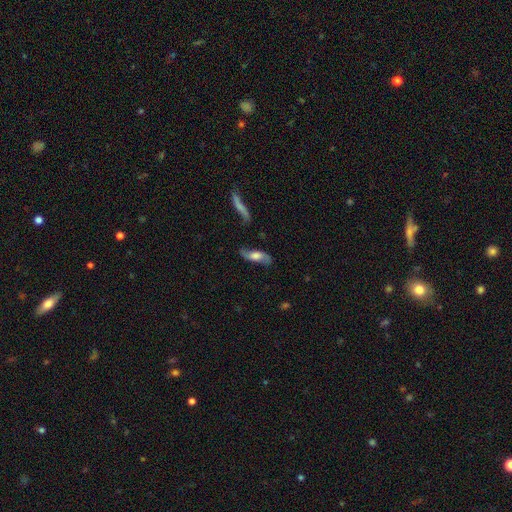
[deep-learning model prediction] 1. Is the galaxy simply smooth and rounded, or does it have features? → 65% featured or disk, 28% smooth, 7% star or artifact.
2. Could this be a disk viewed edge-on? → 80% no, 20% yes.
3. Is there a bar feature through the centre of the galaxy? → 57% no, 33% weak, 10% strong.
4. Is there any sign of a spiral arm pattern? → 90% yes, 10% no.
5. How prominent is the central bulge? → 40% moderate, 37% large, 11% small, 9% none, 4% dominant.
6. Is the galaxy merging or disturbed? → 73% none, 17% minor disturbance, 6% major disturbance, 3% merger.